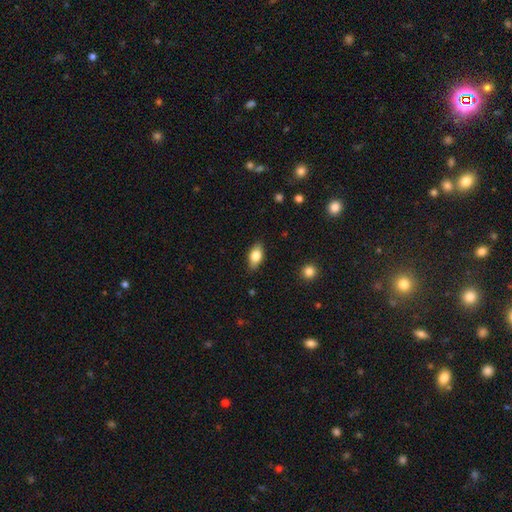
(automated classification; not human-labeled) Overall: smooth (75%). How rounded: in between (88%). Merging: none (85%).